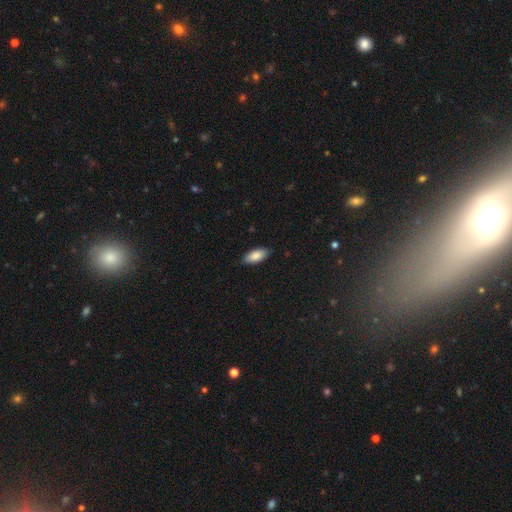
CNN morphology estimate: A smooth galaxy with no disk features (87%) that is in between round and cigar-shaped (88%). Merging: none (86%).